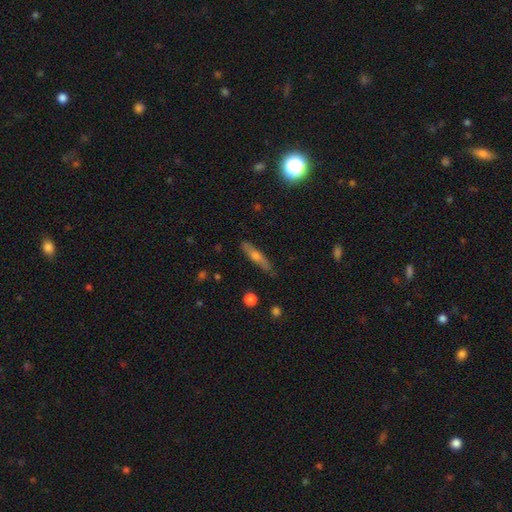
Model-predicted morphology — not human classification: This is possibly a smooth galaxy (46%). Merging: clearly none (84%).